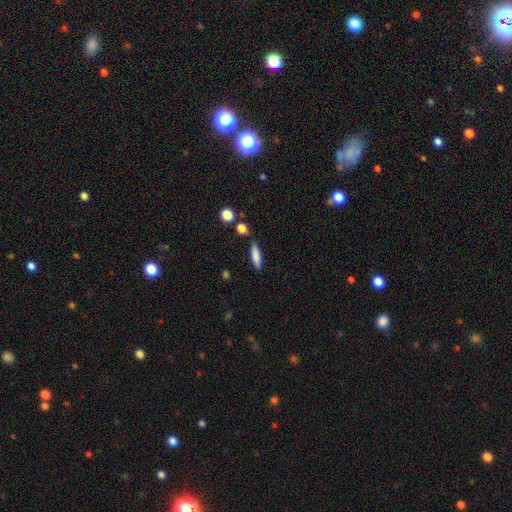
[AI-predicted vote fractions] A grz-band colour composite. It shows a smooth galaxy with no disk features (81%) that is cigar-shaped (69%). Merging: none (81%).